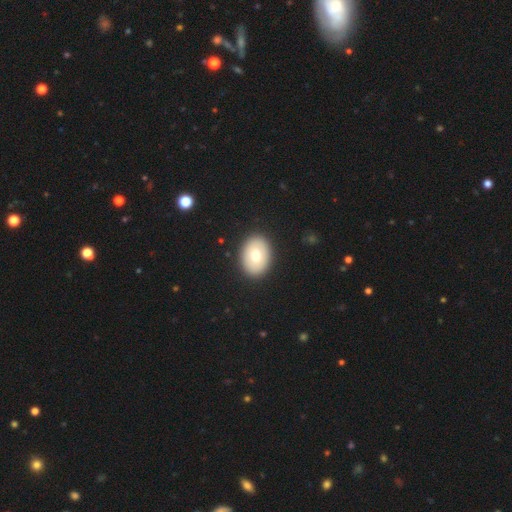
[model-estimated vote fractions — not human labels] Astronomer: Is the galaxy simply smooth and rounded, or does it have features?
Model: smooth — 79%.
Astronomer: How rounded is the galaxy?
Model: in between — 82%.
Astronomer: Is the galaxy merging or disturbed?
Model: none — 89%.